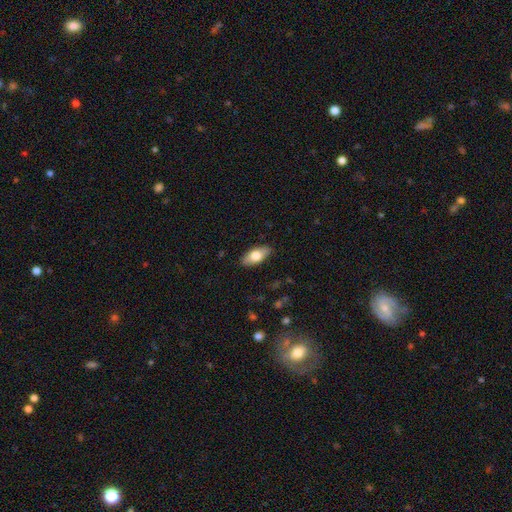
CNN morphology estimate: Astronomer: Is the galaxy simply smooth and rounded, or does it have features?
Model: smooth — 73%.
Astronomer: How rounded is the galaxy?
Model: in between — 87%.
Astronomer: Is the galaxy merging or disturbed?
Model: none — 87%.